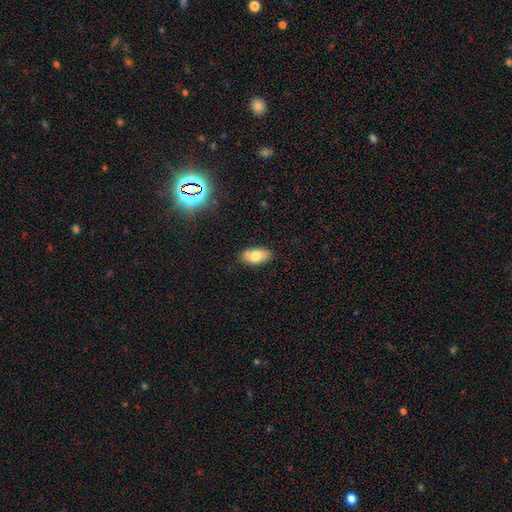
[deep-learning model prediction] This is likely a smooth galaxy (76%). How rounded: clearly in between (93%). Merging: clearly none (81%).